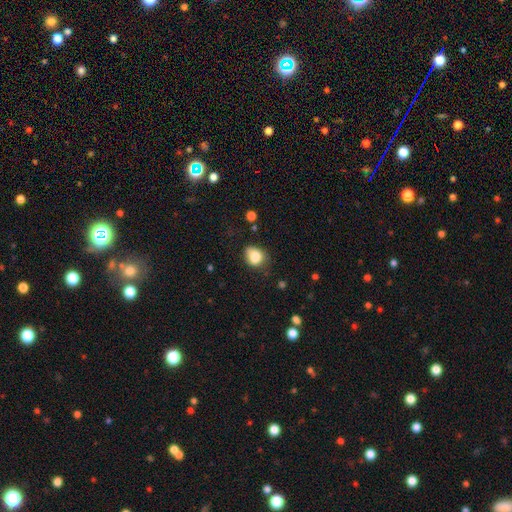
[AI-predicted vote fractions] smooth_or_featured: smooth (p=0.82) [alt: star or artifact p=0.10]
how_rounded: in between (p=0.51) [alt: round p=0.49]
merging: none (p=0.54) [alt: minor disturbance p=0.32]